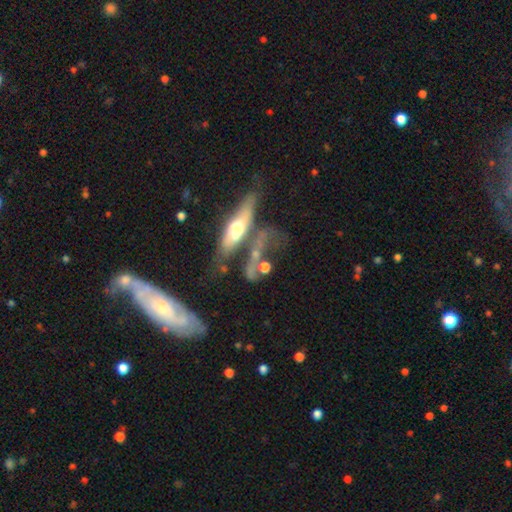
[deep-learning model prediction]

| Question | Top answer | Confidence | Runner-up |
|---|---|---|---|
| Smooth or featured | featured or disk | 67% | smooth (23%) |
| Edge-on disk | yes | 67% | no (33%) |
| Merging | none | 43% | merger (23%) |